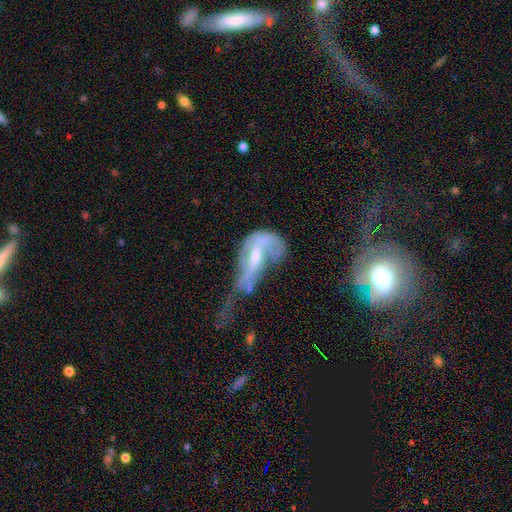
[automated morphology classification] smooth-or-featured: featured or disk: 64% | smooth: 26% | star or artifact: 10%
  disk-edge-on: no: 89% | yes: 11%
    bar: no: 46% | weak: 35% | strong: 19%
    has-spiral-arms: yes: 53% | no: 47%
    bulge-size: moderate: 48% | small: 38% | none: 8% | large: 4% | dominant: 1%
  merging: major disturbance: 52% | merger: 20% | minor disturbance: 14% | none: 14%